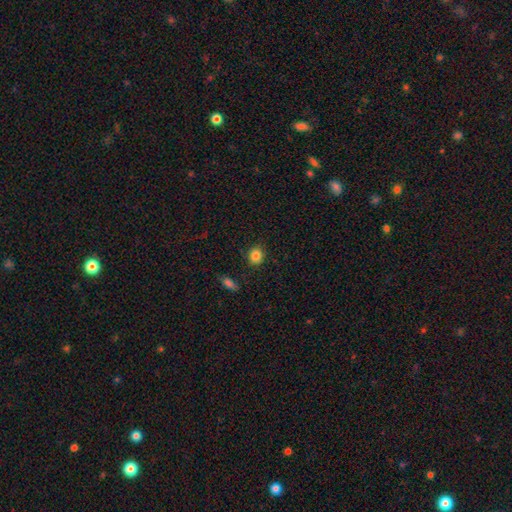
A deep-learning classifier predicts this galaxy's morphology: Smooth or featured?
  - smooth: 85% *
  - star or artifact: 10%
  - featured or disk: 5%
How rounded?
  - round: 78% *
  - in between: 21%
  - cigar-shaped: 1%
Merging?
  - none: 88% *
  - minor disturbance: 8%
  - major disturbance: 2%
  - merger: 2%